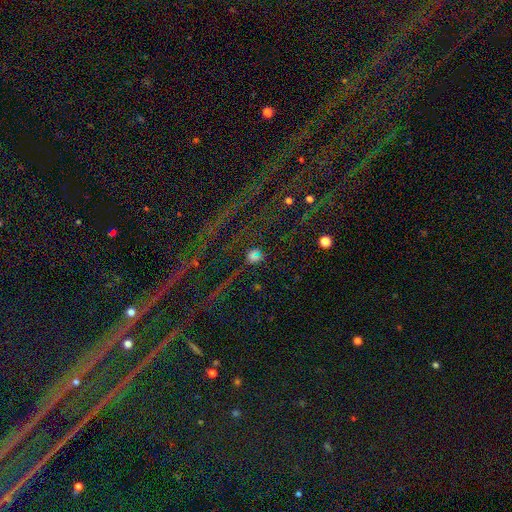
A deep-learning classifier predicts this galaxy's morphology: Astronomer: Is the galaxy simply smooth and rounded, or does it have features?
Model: star or artifact — 49% (runner-up: smooth, 38%).